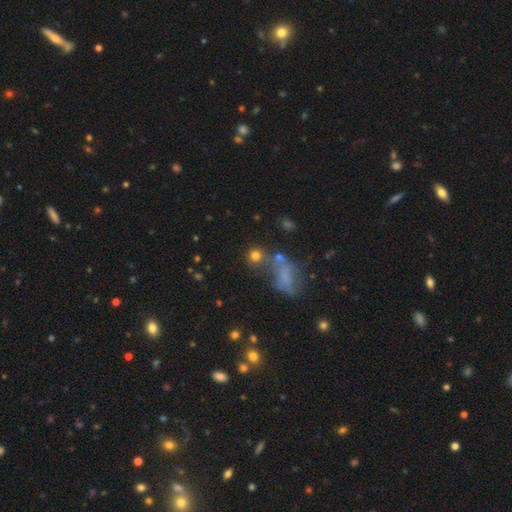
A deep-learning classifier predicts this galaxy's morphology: Q: Smooth or featured?
A: smooth (75%); runner-up: star or artifact (16%)
Q: How rounded?
A: round (84%); runner-up: in between (14%)
Q: Merging?
A: none (60%); runner-up: merger (20%)